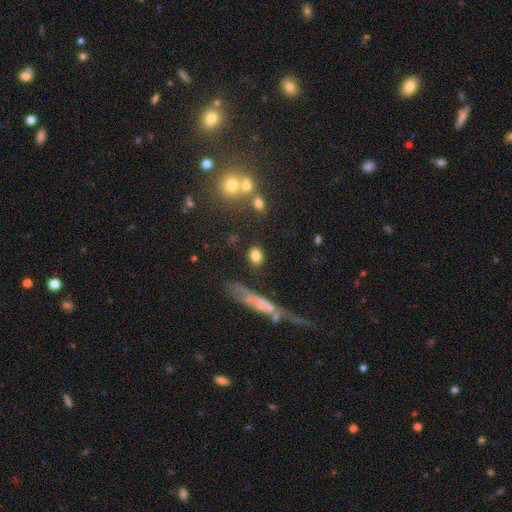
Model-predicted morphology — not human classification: A smooth galaxy with no disk features (80%) that is in between round and cigar-shaped (53%). Merging: none (78%).